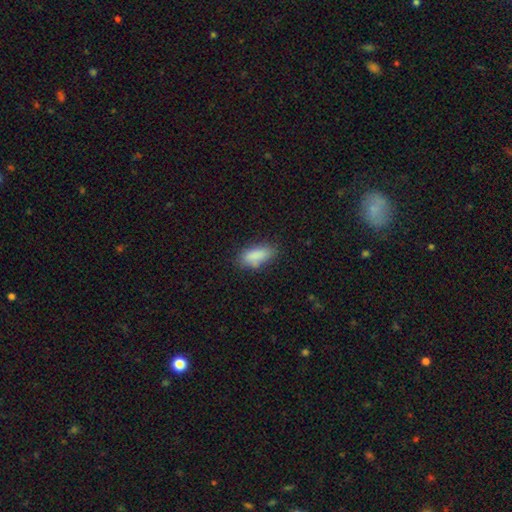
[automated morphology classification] A smooth galaxy with no disk features (84%) that is in between round and cigar-shaped (81%).

Vote fractions:
- Smooth or featured? smooth: 84% / star or artifact: 9% / featured or disk: 8%
- How rounded? in between: 81% / cigar-shaped: 17% / round: 3%
- Merging? none: 67% / minor disturbance: 22% / major disturbance: 6% / merger: 4%